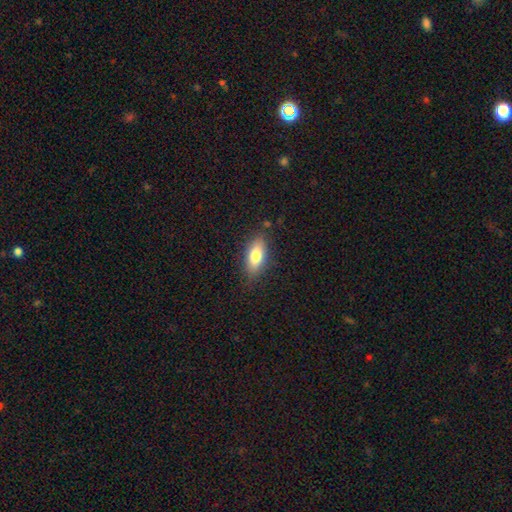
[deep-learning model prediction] Smooth or featured? smooth (77%)
How rounded? in between (80%)
Merging? none (82%)